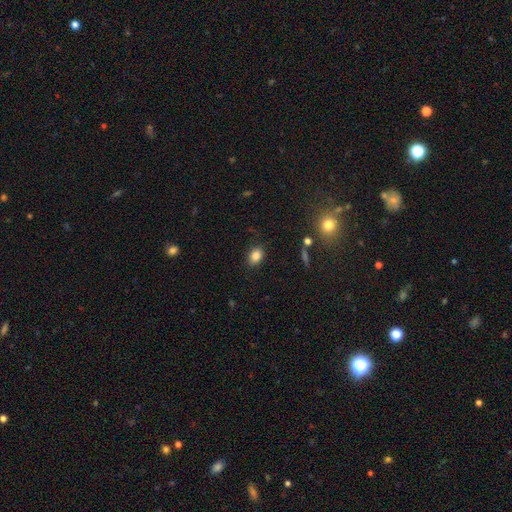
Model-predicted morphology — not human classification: Q: Smooth or featured?
A: smooth (83%); runner-up: star or artifact (10%)
Q: How rounded?
A: in between (78%); runner-up: round (21%)
Q: Merging?
A: none (82%); runner-up: minor disturbance (13%)